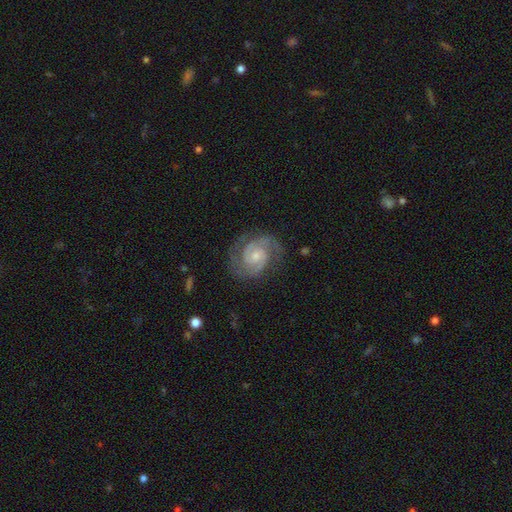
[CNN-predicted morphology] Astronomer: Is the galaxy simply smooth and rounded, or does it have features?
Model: featured or disk — 90%.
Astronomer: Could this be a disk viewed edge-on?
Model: no — 98%.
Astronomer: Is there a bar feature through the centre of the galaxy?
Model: no — 59% (runner-up: weak, 35%).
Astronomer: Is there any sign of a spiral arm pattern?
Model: yes — 98%.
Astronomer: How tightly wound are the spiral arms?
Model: tight — 49% (runner-up: medium, 44%).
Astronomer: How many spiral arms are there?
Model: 2 — 83%.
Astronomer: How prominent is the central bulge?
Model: small — 55% (runner-up: moderate, 37%).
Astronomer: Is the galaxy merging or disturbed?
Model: none — 76%.